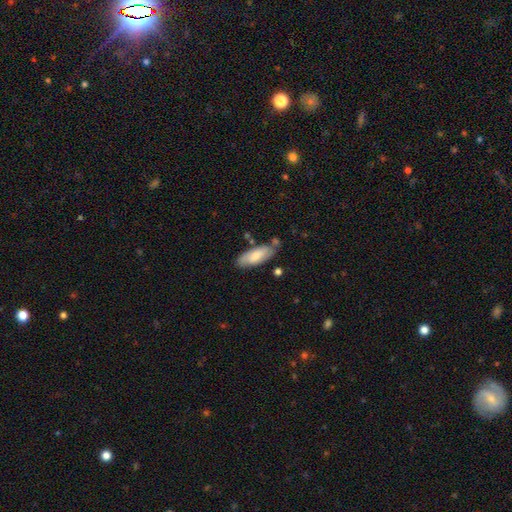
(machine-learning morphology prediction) A smooth galaxy with no disk features (70%) that is in between round and cigar-shaped (74%). Merging: none (72%).